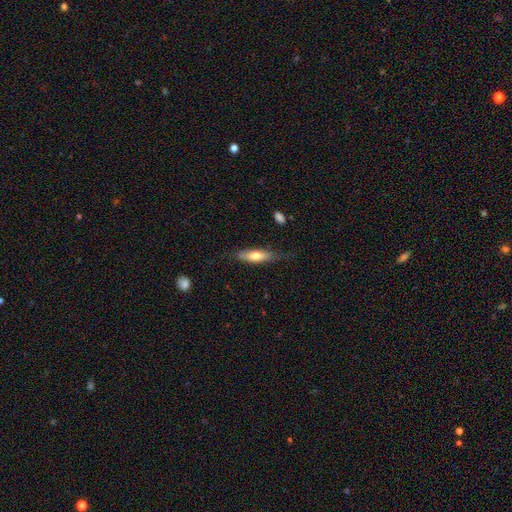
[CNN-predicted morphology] Smooth or featured? Predicted: smooth (p=0.63). How rounded? Predicted: cigar-shaped (p=0.58). Merging? Predicted: none (p=0.66).